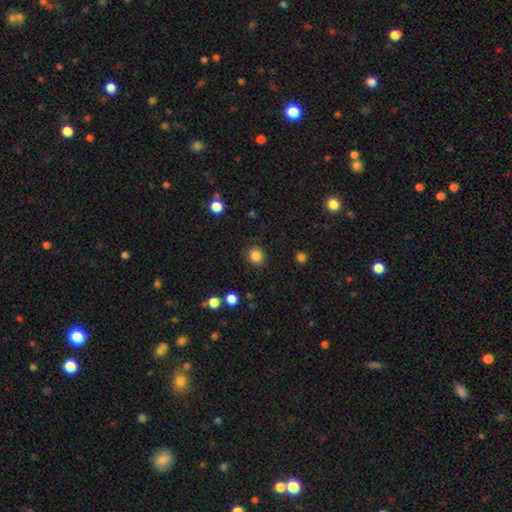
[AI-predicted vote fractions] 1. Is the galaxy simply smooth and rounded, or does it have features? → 85% smooth, 11% star or artifact, 4% featured or disk.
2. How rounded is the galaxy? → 80% round, 19% in between, 1% cigar-shaped.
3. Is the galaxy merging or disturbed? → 86% none, 10% minor disturbance, 3% major disturbance, 1% merger.